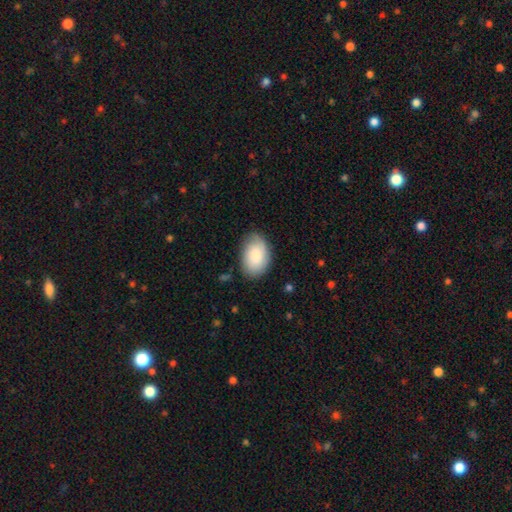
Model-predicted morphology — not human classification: This is clearly a smooth galaxy (82%). How rounded: clearly in between (90%). Merging: likely none (79%).